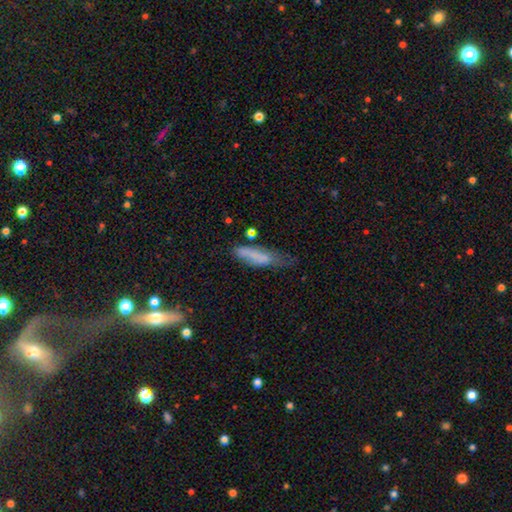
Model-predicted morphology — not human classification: Q: Smooth or featured?
A: smooth (70%); runner-up: featured or disk (21%)
Q: How rounded?
A: cigar-shaped (62%); runner-up: in between (36%)
Q: Merging?
A: minor disturbance (36%); runner-up: none (35%)